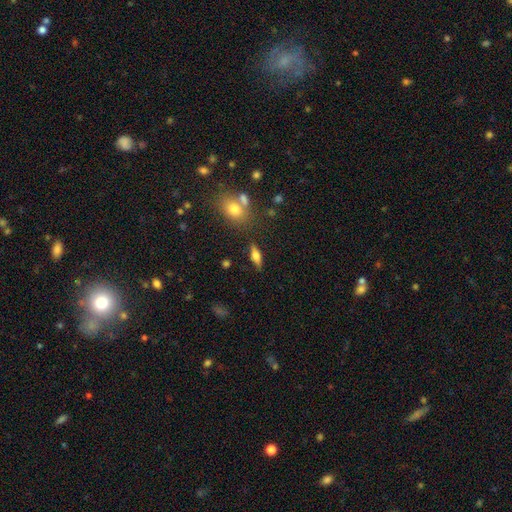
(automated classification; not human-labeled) Morphology: type=smooth (57%); roundness=in between (58%); merging=none (80%).